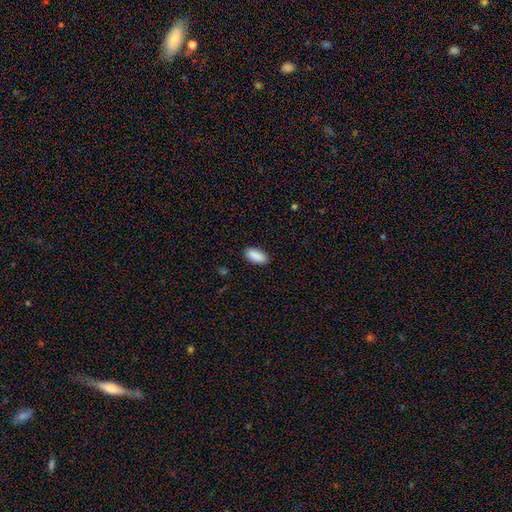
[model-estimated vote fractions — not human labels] smooth-or-featured: smooth: 90% | star or artifact: 7% | featured or disk: 3%
  how-rounded: in between: 91% | cigar-shaped: 7% | round: 2%
  merging: none: 89% | minor disturbance: 8% | major disturbance: 2% | merger: 1%